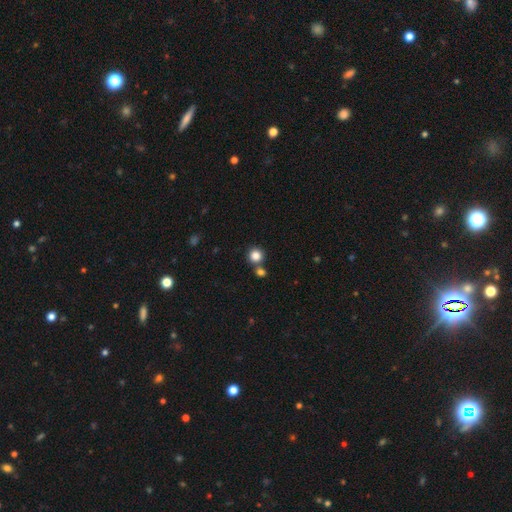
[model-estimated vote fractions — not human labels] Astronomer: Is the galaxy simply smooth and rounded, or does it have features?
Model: smooth — 84%.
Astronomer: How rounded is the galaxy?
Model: round — 92%.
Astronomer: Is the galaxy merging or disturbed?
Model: none — 71%.